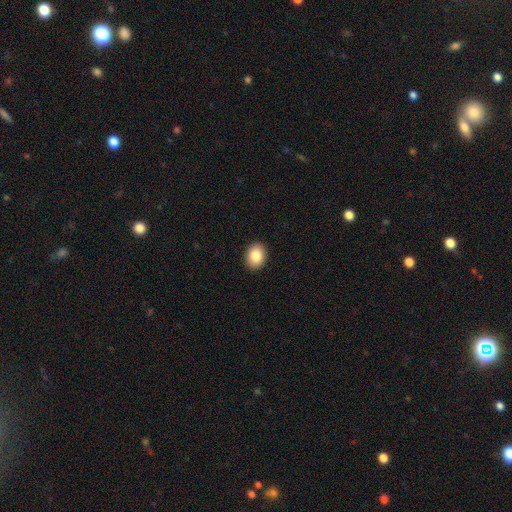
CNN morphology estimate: A smooth galaxy with no disk features (85%) that is in between round and cigar-shaped (64%).

Vote fractions:
- Smooth or featured? smooth: 85% / star or artifact: 8% / featured or disk: 7%
- How rounded? in between: 64% / round: 35% / cigar-shaped: 1%
- Merging? none: 91% / minor disturbance: 6% / major disturbance: 2% / merger: 1%